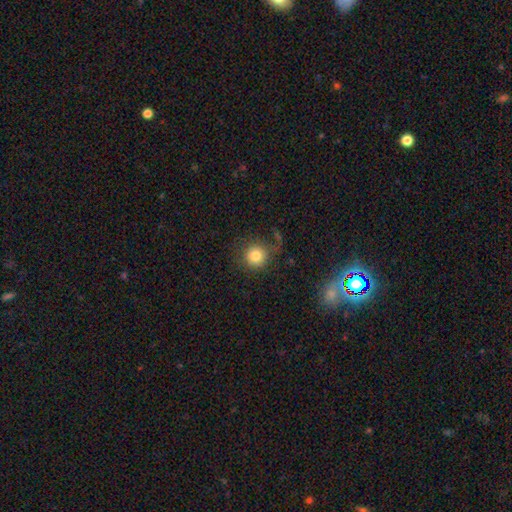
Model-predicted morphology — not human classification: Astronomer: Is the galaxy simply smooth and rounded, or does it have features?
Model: smooth — 81%.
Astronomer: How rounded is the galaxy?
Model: round — 93%.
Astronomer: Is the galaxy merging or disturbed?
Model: none — 73%.